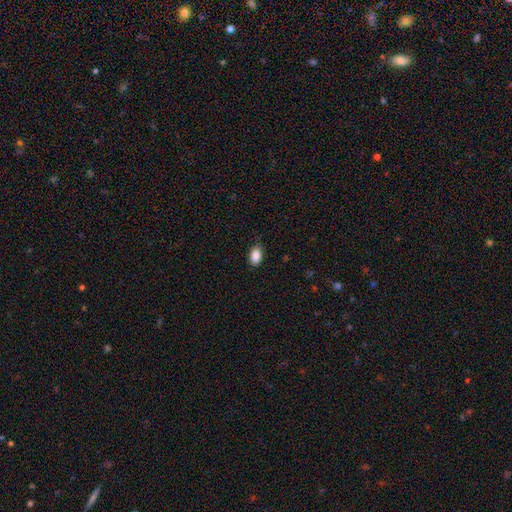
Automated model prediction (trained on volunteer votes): smooth 88%, star or artifact 8%, featured or disk 4%. Down the decision tree: how rounded — in between (89%); merging — none (83%).